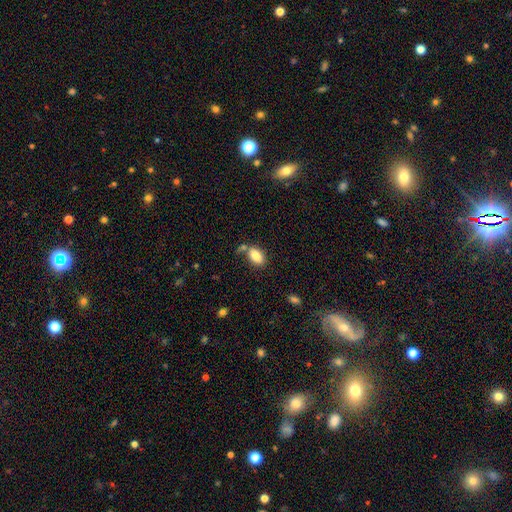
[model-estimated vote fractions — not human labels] Q: Smooth or featured?
A: smooth (84%); runner-up: star or artifact (8%)
Q: How rounded?
A: in between (91%); runner-up: round (6%)
Q: Merging?
A: none (60%); runner-up: merger (18%)